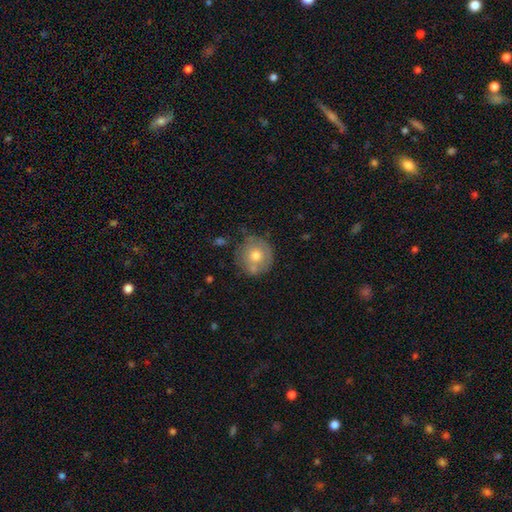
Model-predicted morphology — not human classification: Smooth or featured?
  - smooth: 65% *
  - featured or disk: 27%
  - star or artifact: 8%
How rounded?
  - round: 92% *
  - in between: 7%
  - cigar-shaped: 1%
Merging?
  - none: 66% *
  - minor disturbance: 18%
  - merger: 11%
  - major disturbance: 5%